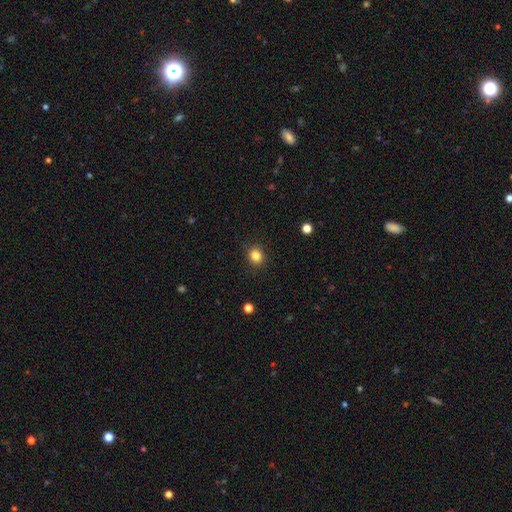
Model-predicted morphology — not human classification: Smooth or featured?
  - smooth: 84% *
  - star or artifact: 11%
  - featured or disk: 5%
How rounded?
  - round: 78% *
  - in between: 21%
  - cigar-shaped: 1%
Merging?
  - none: 89% *
  - minor disturbance: 7%
  - major disturbance: 2%
  - merger: 1%